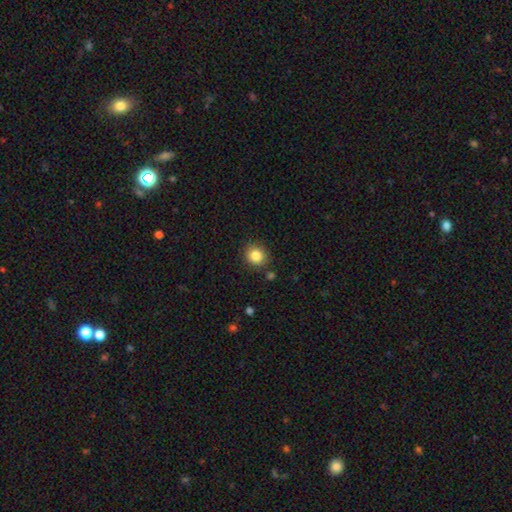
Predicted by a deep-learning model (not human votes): Overall: smooth (84%). How rounded: round (83%). Merging: none (86%).